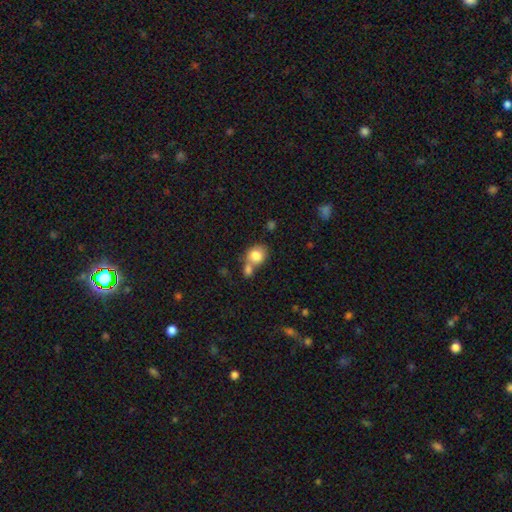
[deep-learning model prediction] The model was most divided on "merging": merger: 43%, none: 41%, minor disturbance: 11%, major disturbance: 5%. More confident: smooth or featured — smooth (81%); how rounded — round (67%).